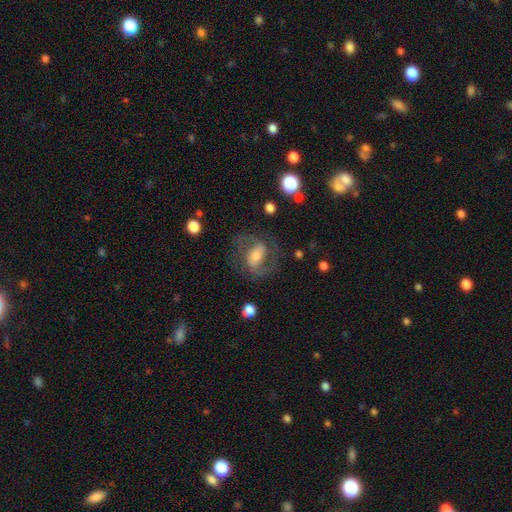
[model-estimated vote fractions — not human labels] featured or disk 71%, smooth 21%, star or artifact 8%. Down the decision tree: edge-on disk — no (96%); bar — weak (42%); spiral arms — yes (87%); spiral arm count — 2 (86%); spiral winding — medium (56%); bulge size — moderate (48%); merging — none (70%).